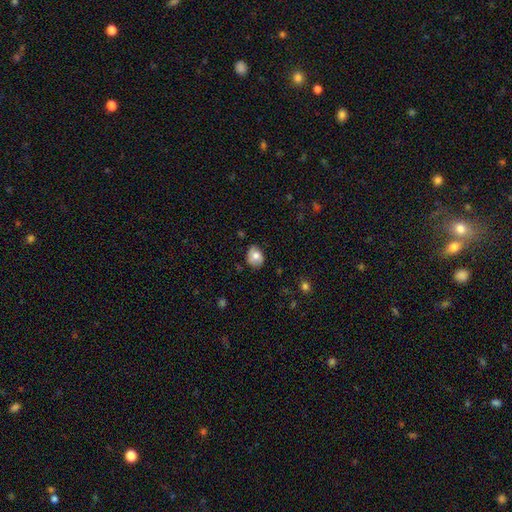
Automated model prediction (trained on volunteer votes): Overall: smooth (73%). How rounded: in between (53%; round 46%). Merging: none (70%).